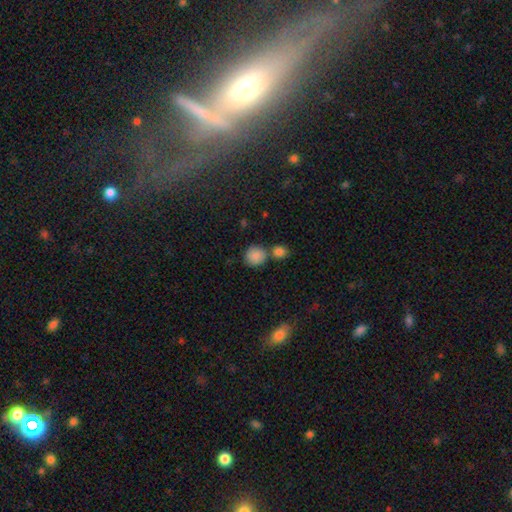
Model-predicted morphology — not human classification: type=smooth (86%); roundness=round (87%); merging=none (61%).